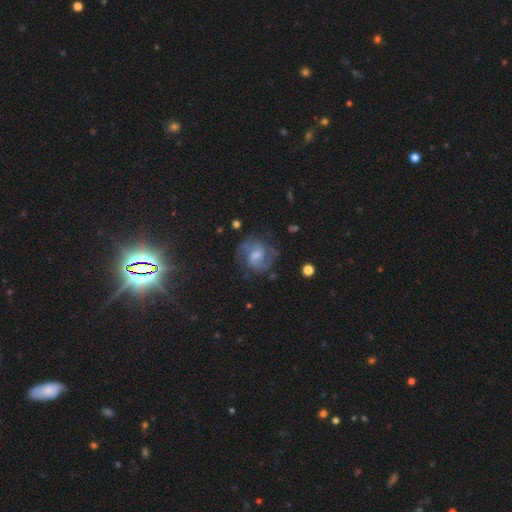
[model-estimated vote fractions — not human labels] Smooth or featured: featured or disk — 69% (smooth — 17%)
Edge-on disk: no — 97% (yes — 3%)
Bar: weak — 53% (no — 31%)
Spiral arms: yes — 90% (no — 10%)
Spiral winding: medium — 51% (tight — 26%)
Spiral arm count: 2 — 68% (can't tell — 17%)
Bulge size: moderate — 47% (small — 31%)
Merging: none — 71% (minor disturbance — 17%)